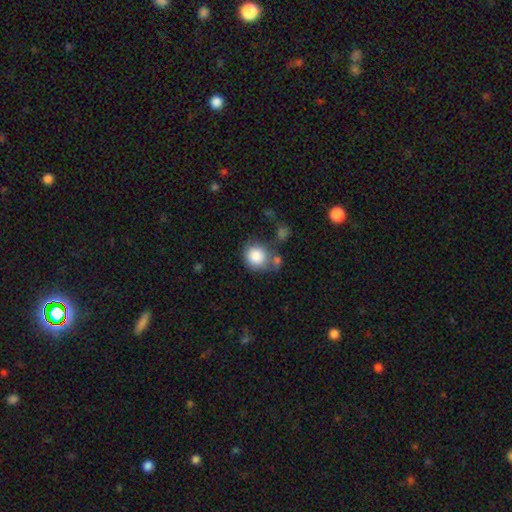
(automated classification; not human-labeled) Overall: smooth (85%). How rounded: round (82%). Merging: none (54%; merger 19%).